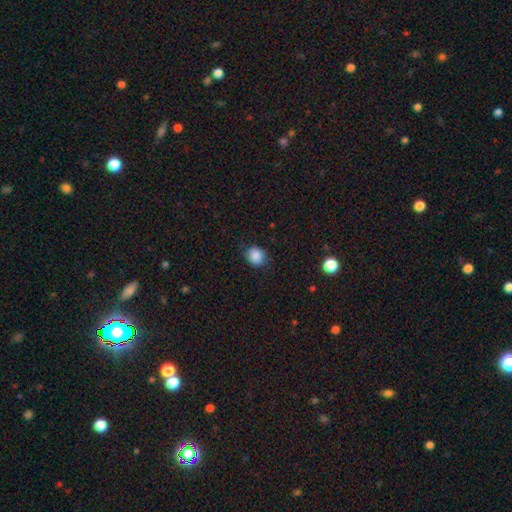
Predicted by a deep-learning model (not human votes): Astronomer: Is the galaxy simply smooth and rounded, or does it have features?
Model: smooth — 87%.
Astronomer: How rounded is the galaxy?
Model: round — 69%.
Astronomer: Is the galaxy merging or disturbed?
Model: none — 79%.